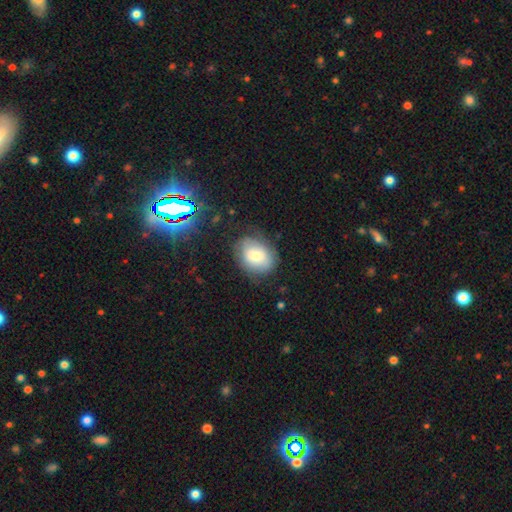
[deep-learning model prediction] smooth 68%, featured or disk 23%, star or artifact 9%. Down the decision tree: how rounded — in between (58%); merging — none (70%).